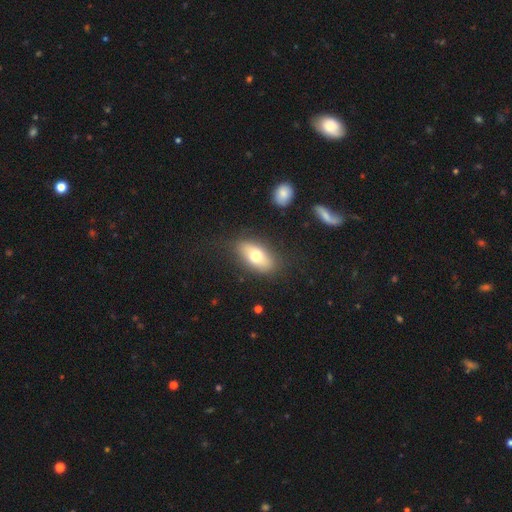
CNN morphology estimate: The model was most divided on "smooth or featured": smooth: 68%, featured or disk: 25%, star or artifact: 7%. More confident: how rounded — in between (86%); merging — none (79%).